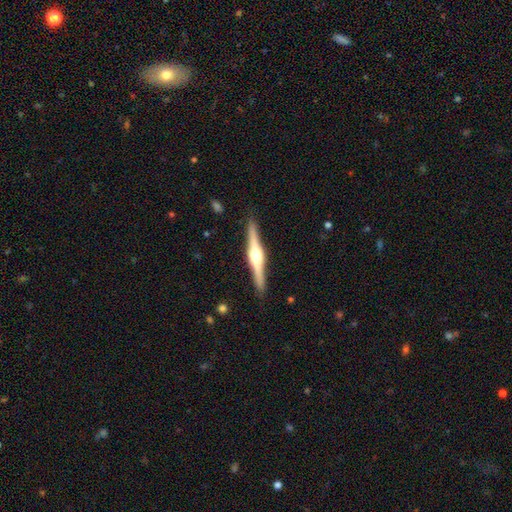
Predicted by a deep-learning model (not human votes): Smooth or featured? Predicted: featured or disk (p=0.82). Edge-on disk? Predicted: yes (p=0.98). Edge-on bulge? Predicted: rounded (p=0.88). Merging? Predicted: none (p=0.91).